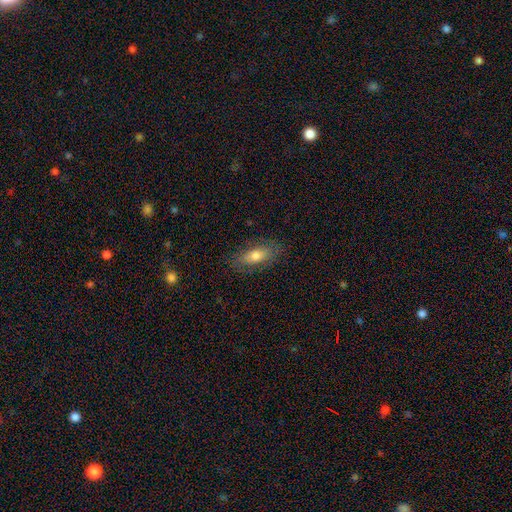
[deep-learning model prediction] The model was most divided on "smooth or featured": smooth: 72%, featured or disk: 21%, star or artifact: 7%. More confident: merging — none (81%); how rounded — in between (74%).